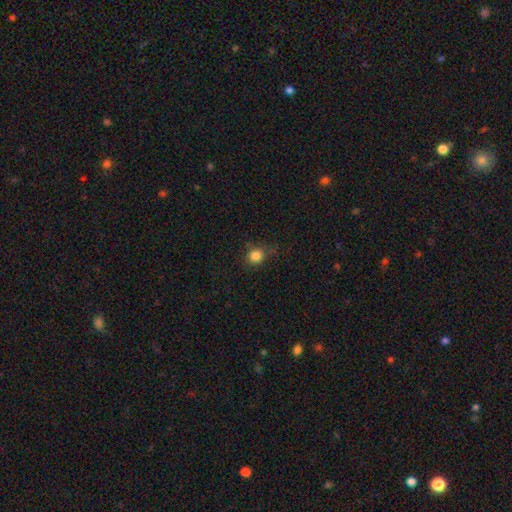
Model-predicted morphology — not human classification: This appears to be a smooth galaxy with no disk features (83%) that is round (89%). Merging: none (79%).